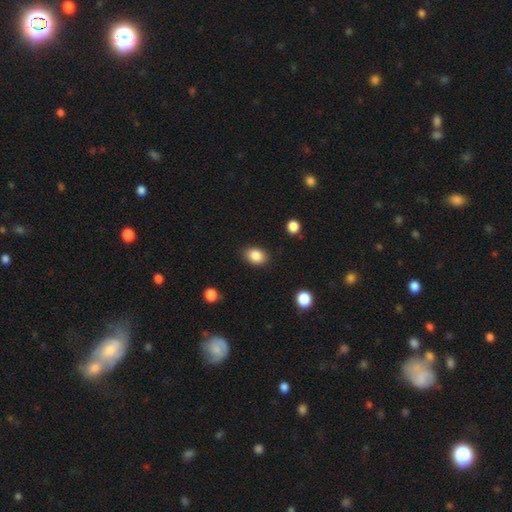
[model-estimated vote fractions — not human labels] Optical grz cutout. It shows a smooth galaxy with no disk features (87%) that is in between round and cigar-shaped (68%). Merging: none (86%).